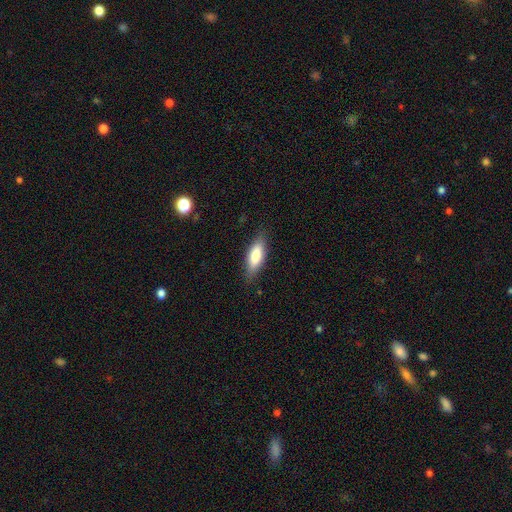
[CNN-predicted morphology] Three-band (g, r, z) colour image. It shows a smooth galaxy with no disk features (76%) that is in between round and cigar-shaped (62%). Merging: none (82%).